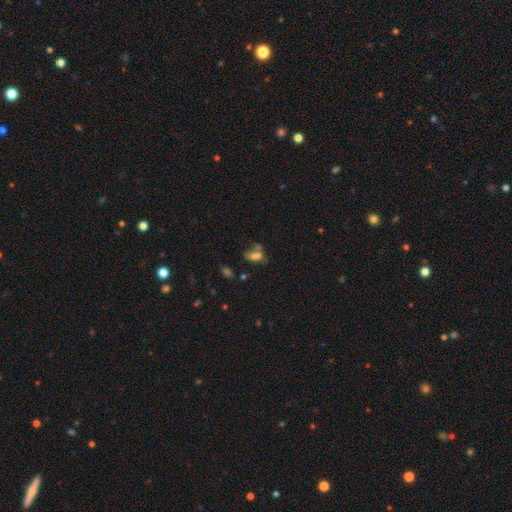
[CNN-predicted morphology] Smooth or featured?
  - smooth: 59% *
  - star or artifact: 22%
  - featured or disk: 19%
How rounded?
  - in between: 74% *
  - round: 20%
  - cigar-shaped: 5%
Merging?
  - merger: 43% *
  - none: 34%
  - minor disturbance: 13%
  - major disturbance: 10%